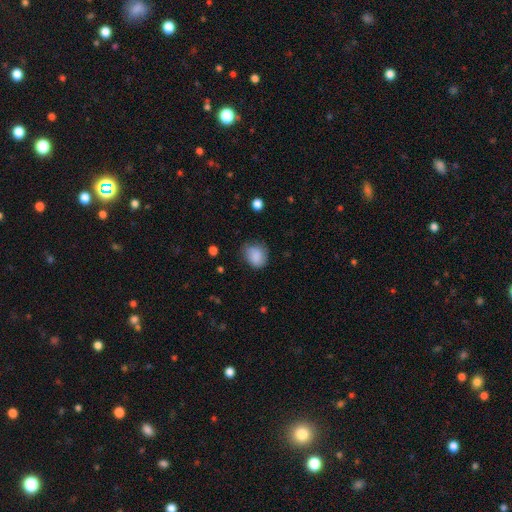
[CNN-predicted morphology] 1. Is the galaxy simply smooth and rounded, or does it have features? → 84% smooth, 8% featured or disk, 8% star or artifact.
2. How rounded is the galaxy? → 59% round, 40% in between, 1% cigar-shaped.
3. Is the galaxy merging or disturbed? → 64% none, 27% minor disturbance, 7% major disturbance, 2% merger.